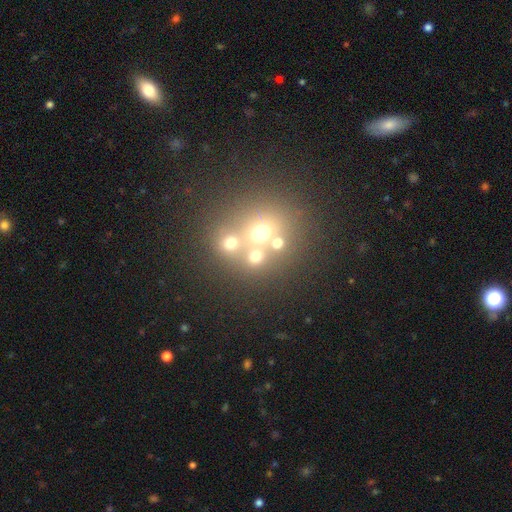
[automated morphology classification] Overall: smooth (61%; star or artifact 24%). How rounded: round (81%). Merging: none (49%; merger 40%).